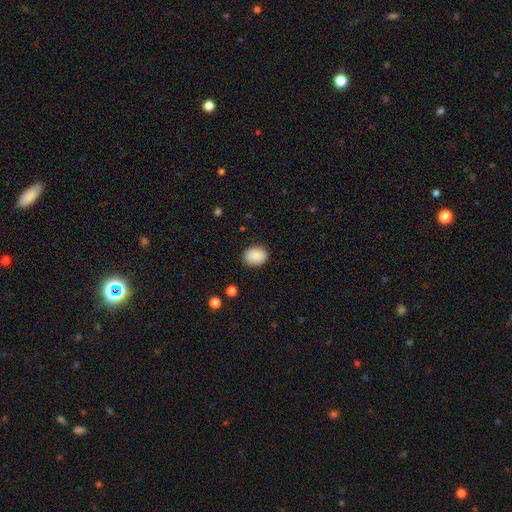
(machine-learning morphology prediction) smooth-or-featured: smooth: 88% | star or artifact: 7% | featured or disk: 5%
  how-rounded: round: 51% | in between: 48% | cigar-shaped: 1%
  merging: none: 87% | minor disturbance: 9% | major disturbance: 2% | merger: 1%